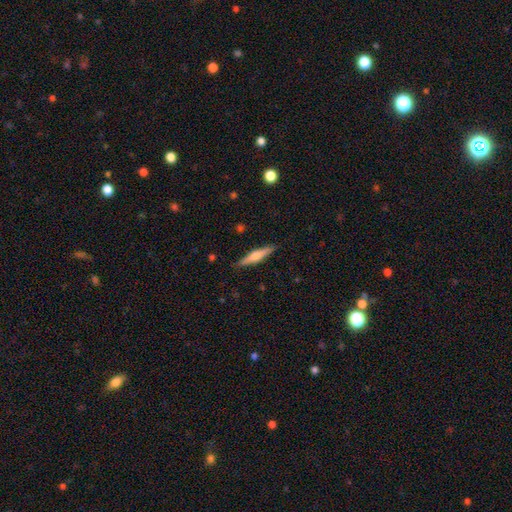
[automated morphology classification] featured or disk 52%, smooth 42%, star or artifact 6%. Down the decision tree: edge-on disk — yes (96%); merging — none (90%).